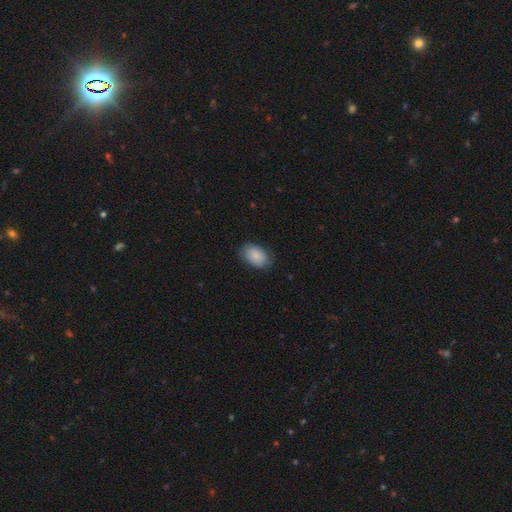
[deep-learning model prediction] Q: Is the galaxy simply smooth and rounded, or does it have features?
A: smooth — 89%.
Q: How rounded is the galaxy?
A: in between — 90%.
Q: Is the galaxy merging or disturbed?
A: none — 82%.